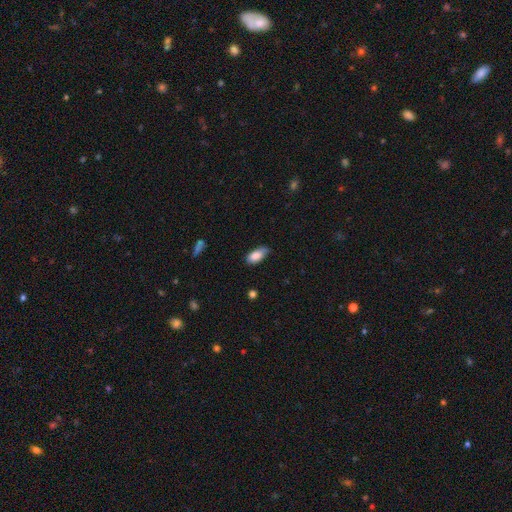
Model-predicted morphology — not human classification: The model was most divided on "merging": none: 63%, minor disturbance: 31%, major disturbance: 5%, merger: 2%. More confident: how rounded — in between (91%); smooth or featured — smooth (84%).